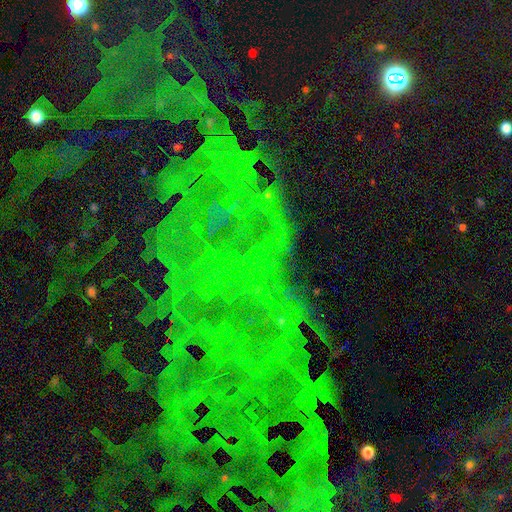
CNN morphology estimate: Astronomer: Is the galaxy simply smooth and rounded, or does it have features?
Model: star or artifact — 79%.